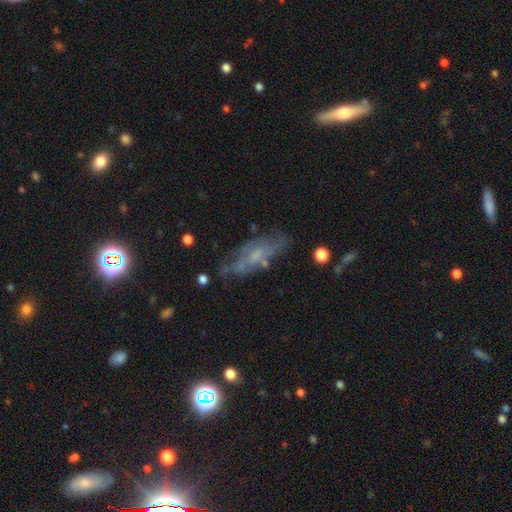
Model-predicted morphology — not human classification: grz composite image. It shows a featured or disk galaxy (55%). Merging: none (58%).